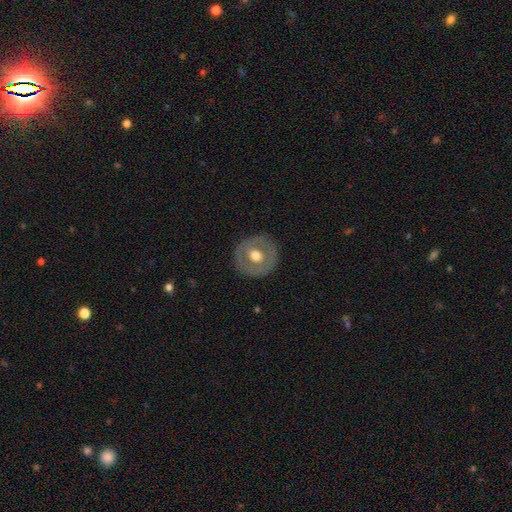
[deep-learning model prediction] A smooth galaxy with no disk features (48%). Merging: none (86%).